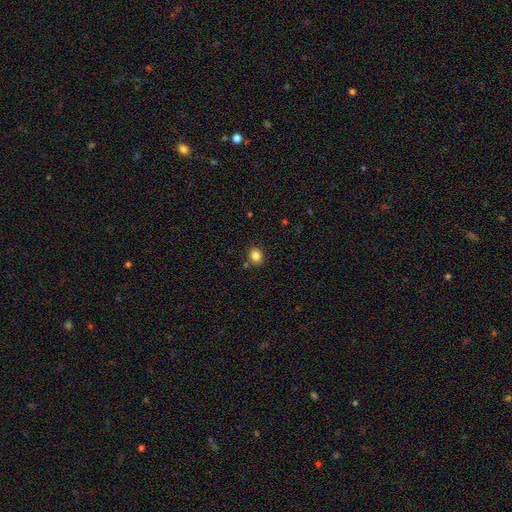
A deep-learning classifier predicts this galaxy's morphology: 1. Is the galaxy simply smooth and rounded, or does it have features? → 83% smooth, 12% star or artifact, 5% featured or disk.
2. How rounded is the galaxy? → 80% round, 19% in between, 1% cigar-shaped.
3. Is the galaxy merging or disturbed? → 85% none, 9% minor disturbance, 4% merger, 2% major disturbance.